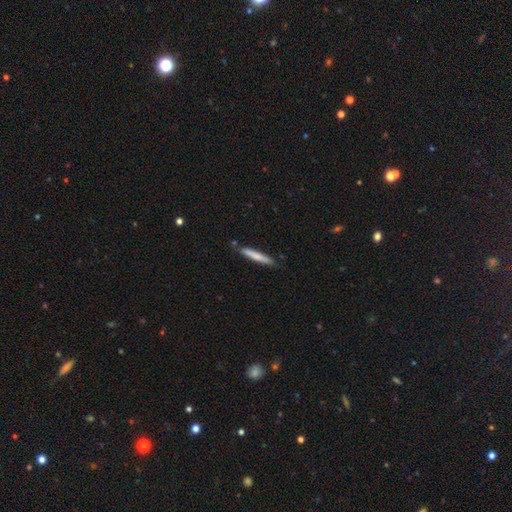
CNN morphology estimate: Smooth or featured? Predicted: smooth (p=0.74). How rounded? Predicted: cigar-shaped (p=0.95). Merging? Predicted: none (p=0.85).